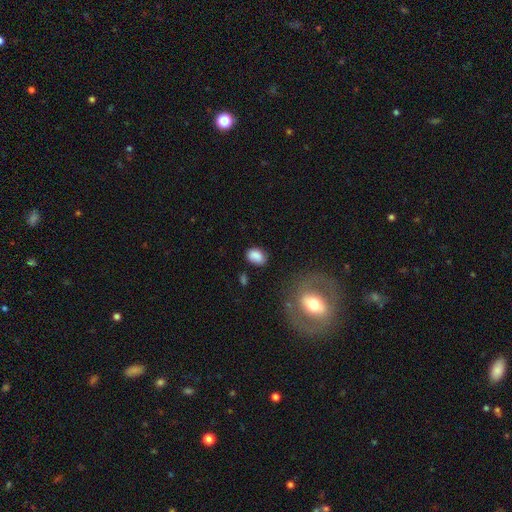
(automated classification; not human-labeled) This is clearly a smooth galaxy (85%). How rounded: likely in between (78%). Merging: likely none (74%).